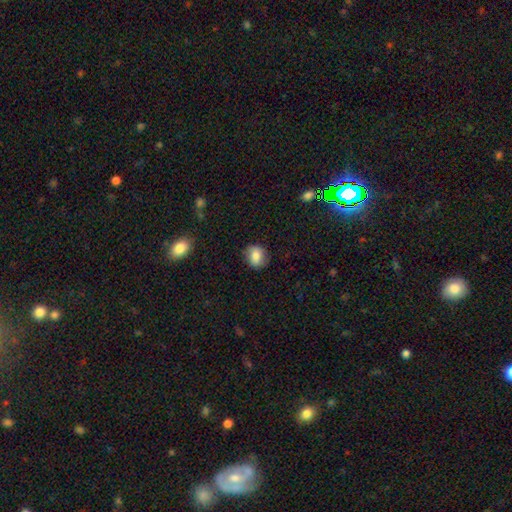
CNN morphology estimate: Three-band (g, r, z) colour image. It shows a smooth galaxy with no disk features (80%) that is round (65%). Merging: none (83%).